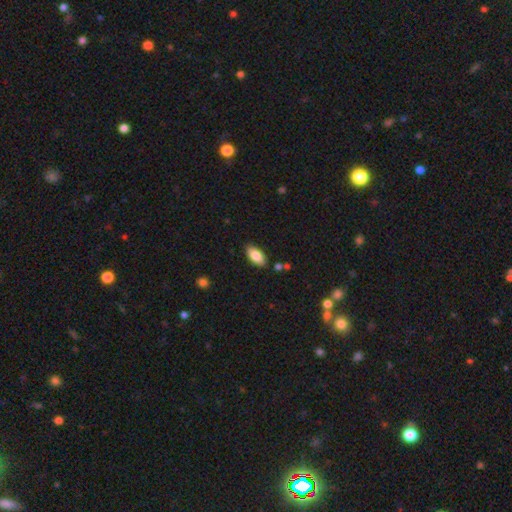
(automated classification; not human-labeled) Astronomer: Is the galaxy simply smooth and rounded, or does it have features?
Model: smooth — 84%.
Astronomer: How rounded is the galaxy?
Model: in between — 91%.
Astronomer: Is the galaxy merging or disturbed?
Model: none — 85%.